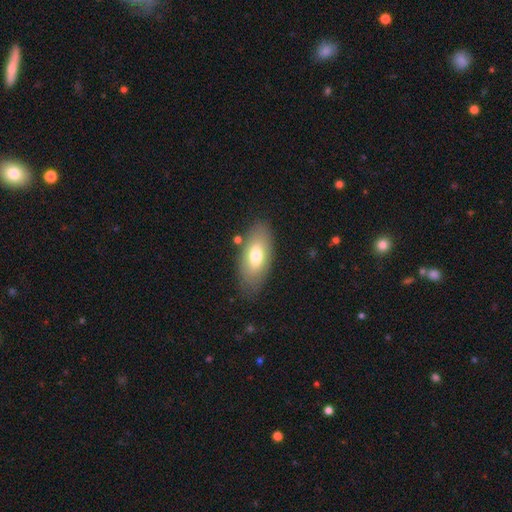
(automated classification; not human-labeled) Smooth or featured? Predicted: smooth (p=0.68). How rounded? Predicted: in between (p=0.90). Merging? Predicted: none (p=0.79).